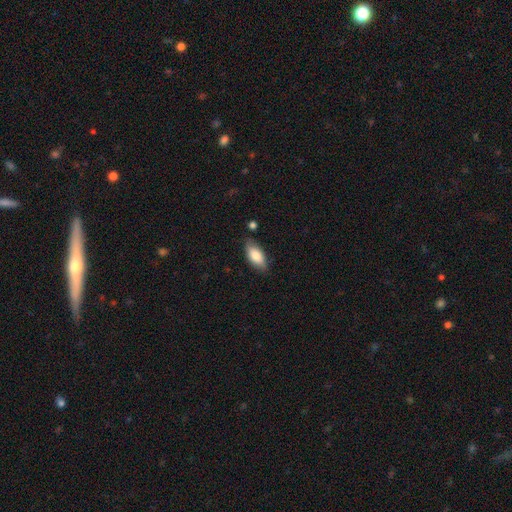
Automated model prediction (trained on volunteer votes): The model was most divided on "merging": none: 78%, minor disturbance: 16%, major disturbance: 3%, merger: 3%. More confident: how rounded — in between (88%); smooth or featured — smooth (81%).